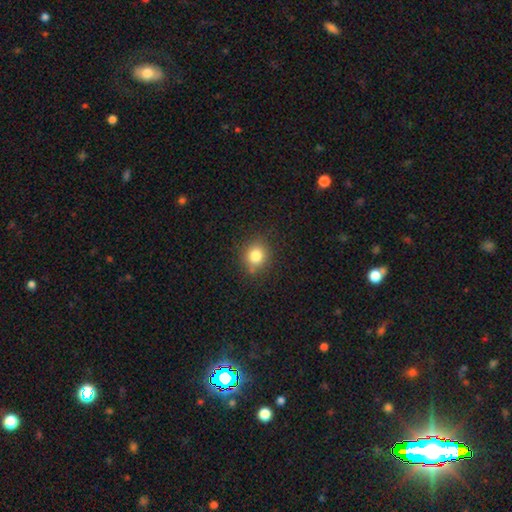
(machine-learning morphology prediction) smooth 82%, star or artifact 12%, featured or disk 6%. Down the decision tree: how rounded — round (84%); merging — none (83%).